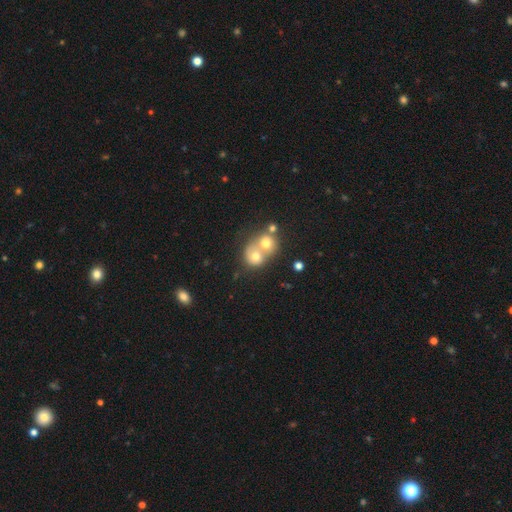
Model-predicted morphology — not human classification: smooth 58%, featured or disk 27%, star or artifact 15%. Down the decision tree: how rounded — round (71%); merging — merger (68%).